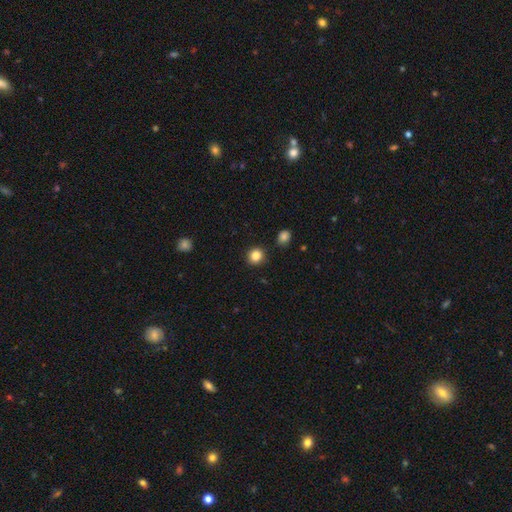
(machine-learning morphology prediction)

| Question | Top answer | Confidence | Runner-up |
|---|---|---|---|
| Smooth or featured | smooth | 85% | star or artifact (11%) |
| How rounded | round | 91% | in between (8%) |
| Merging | none | 90% | minor disturbance (6%) |